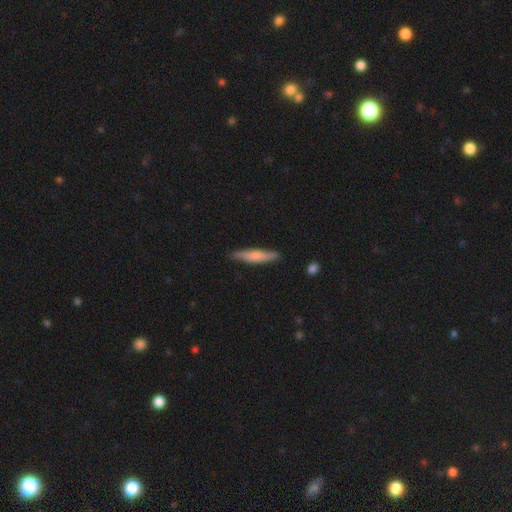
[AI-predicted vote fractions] smooth-or-featured: smooth: 64% | featured or disk: 31% | star or artifact: 5%
  how-rounded: cigar-shaped: 87% | in between: 11% | round: 1%
  merging: none: 84% | minor disturbance: 13% | major disturbance: 2% | merger: 2%